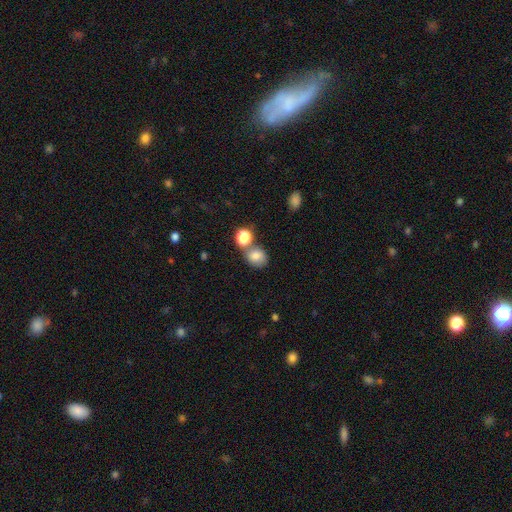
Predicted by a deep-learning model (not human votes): smooth_or_featured: smooth (p=0.79) [alt: star or artifact p=0.12]
how_rounded: round (p=0.60) [alt: in between p=0.39]
merging: none (p=0.52) [alt: merger p=0.30]